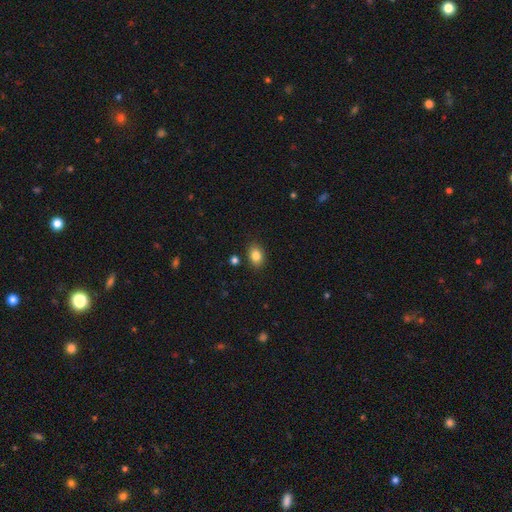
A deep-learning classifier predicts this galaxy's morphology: smooth_or_featured: smooth (p=0.84) [alt: star or artifact p=0.09]
how_rounded: in between (p=0.72) [alt: round p=0.26]
merging: none (p=0.85) [alt: minor disturbance p=0.10]